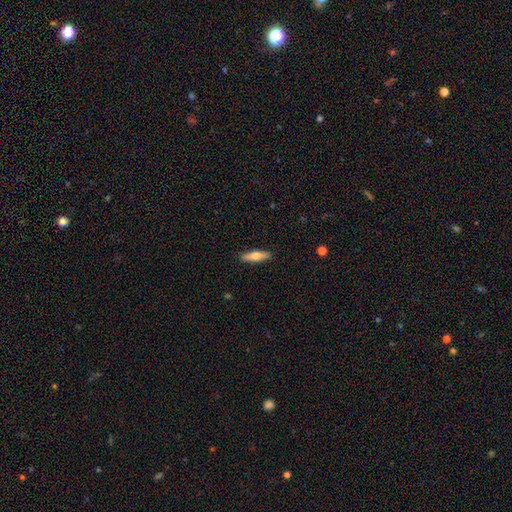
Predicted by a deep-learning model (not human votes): Smooth or featured? smooth (57%)
How rounded? cigar-shaped (68%)
Merging? none (90%)